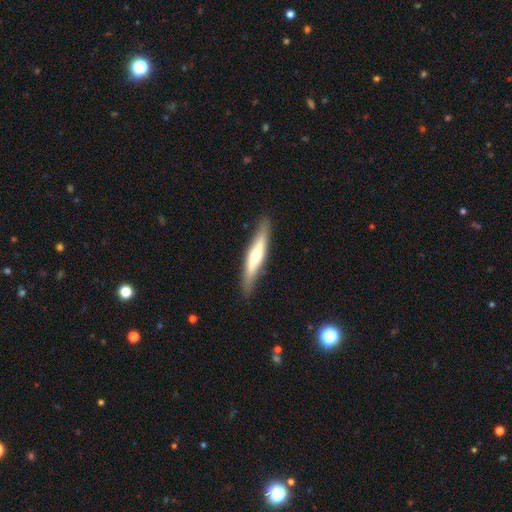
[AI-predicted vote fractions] A smooth galaxy with no disk features (49%). Merging: none (85%).